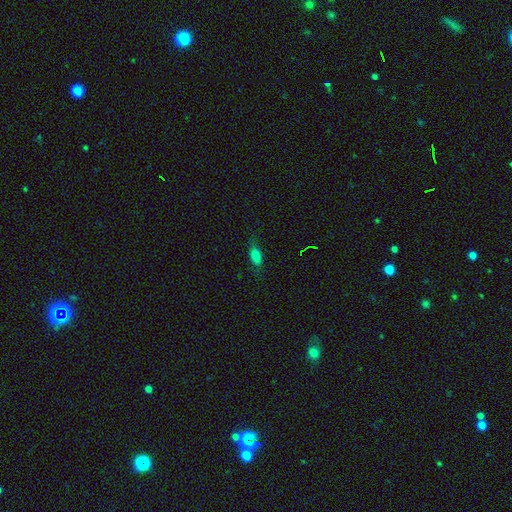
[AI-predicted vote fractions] smooth_or_featured: smooth (p=0.78) [alt: star or artifact p=0.12]
how_rounded: in between (p=0.82) [alt: cigar-shaped p=0.13]
merging: none (p=0.72) [alt: minor disturbance p=0.20]